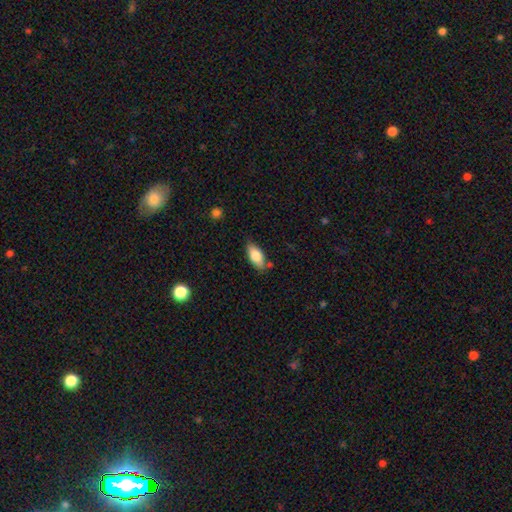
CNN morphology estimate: Smooth or featured? smooth (79%)
How rounded? in between (87%)
Merging? none (75%)